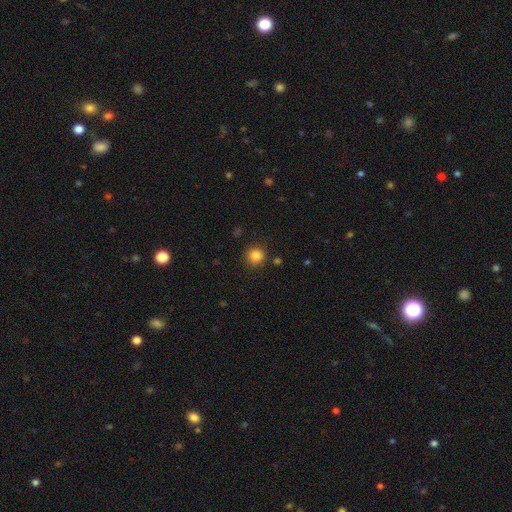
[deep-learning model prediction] Morphology: type=smooth (84%); roundness=round (93%); merging=none (88%).